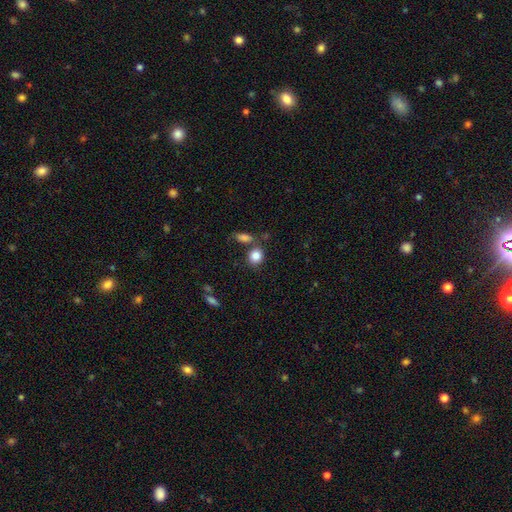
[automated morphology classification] smooth_or_featured: smooth (p=0.85) [alt: star or artifact p=0.09]
how_rounded: round (p=0.64) [alt: in between p=0.34]
merging: none (p=0.66) [alt: merger p=0.18]